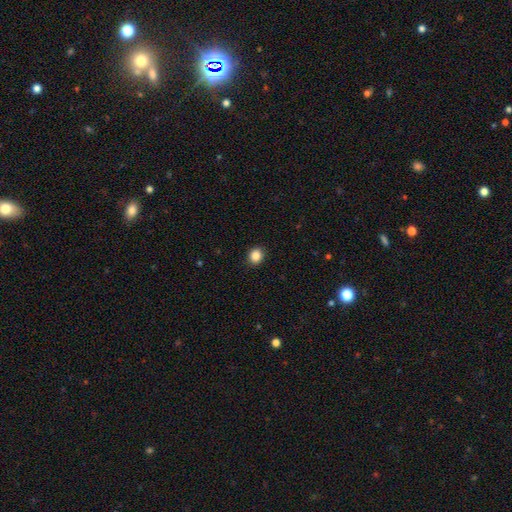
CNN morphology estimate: Smooth or featured? Predicted: smooth (p=0.87). How rounded? Predicted: round (p=0.72). Merging? Predicted: none (p=0.91).